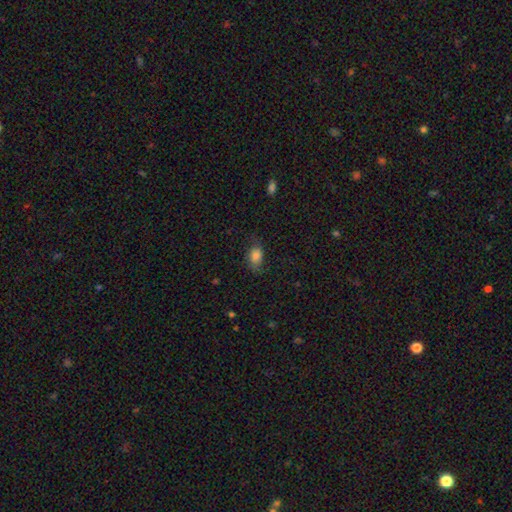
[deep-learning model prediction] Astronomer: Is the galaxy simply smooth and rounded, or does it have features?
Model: smooth — 80%.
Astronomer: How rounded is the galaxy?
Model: in between — 81%.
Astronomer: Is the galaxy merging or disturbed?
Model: none — 65%.